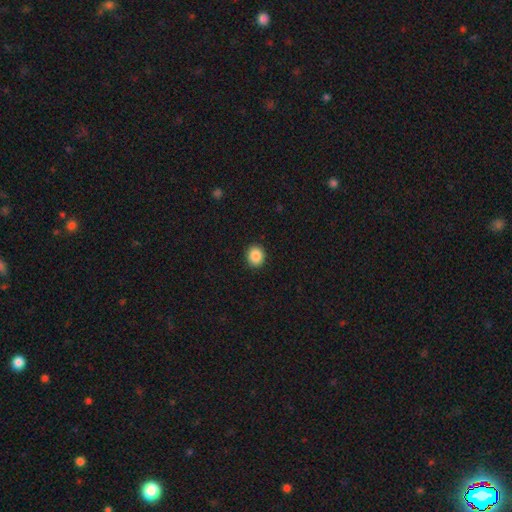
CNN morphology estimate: The model was most divided on "how rounded": round: 74%, in between: 25%, cigar-shaped: 1%. More confident: merging — none (92%); smooth or featured — smooth (87%).